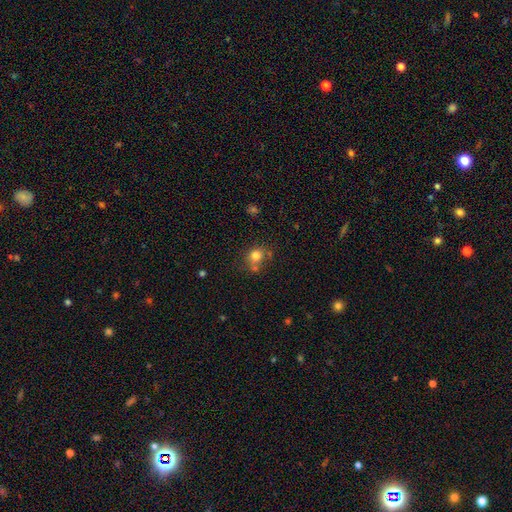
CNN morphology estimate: type=smooth (77%); roundness=round (71%); merging=none (54%).